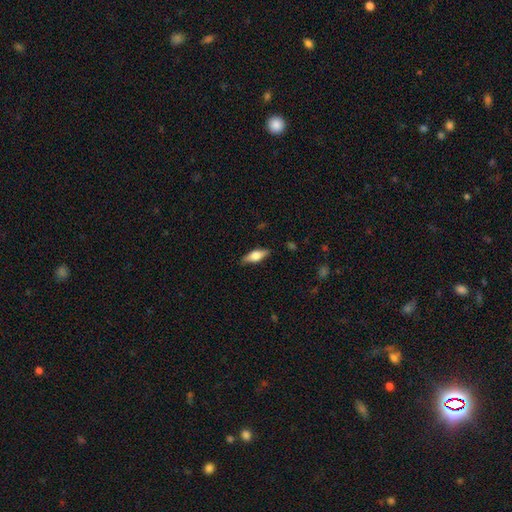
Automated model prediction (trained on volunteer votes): Smooth or featured? smooth (53%)
How rounded? in between (64%)
Merging? none (86%)